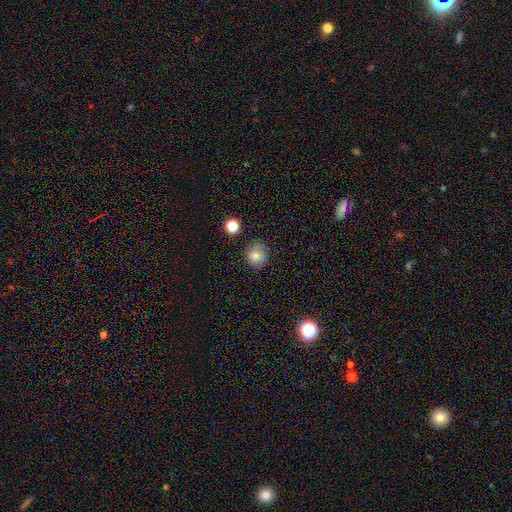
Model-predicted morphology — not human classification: This is likely a smooth galaxy (79%). How rounded: clearly round (89%). Merging: clearly none (80%).